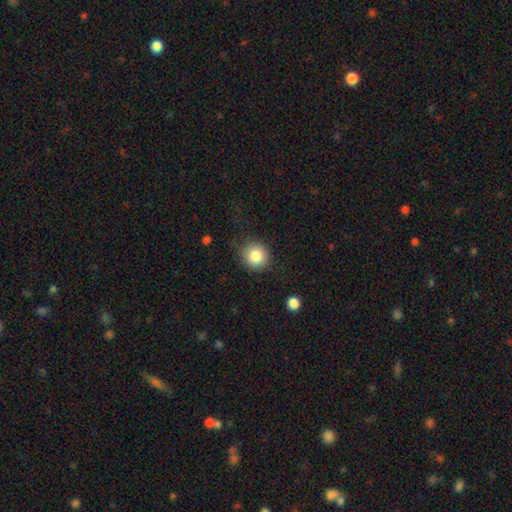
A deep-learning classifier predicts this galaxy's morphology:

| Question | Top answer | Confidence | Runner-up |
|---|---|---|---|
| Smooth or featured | smooth | 84% | star or artifact (10%) |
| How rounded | round | 89% | in between (10%) |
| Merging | none | 80% | minor disturbance (14%) |